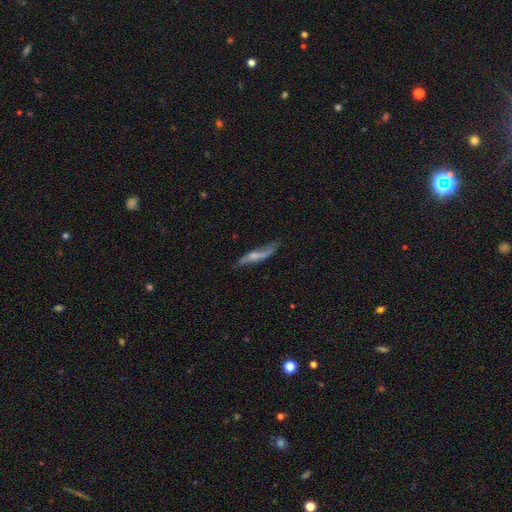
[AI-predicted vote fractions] Smooth or featured? featured or disk (49%)
Merging? none (50%)